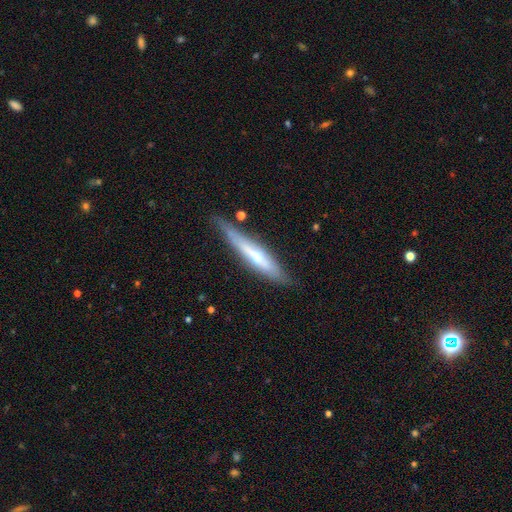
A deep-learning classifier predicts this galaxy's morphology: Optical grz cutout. It shows a featured or disk galaxy (55%) viewed edge-on (87%). Merging: none (74%).